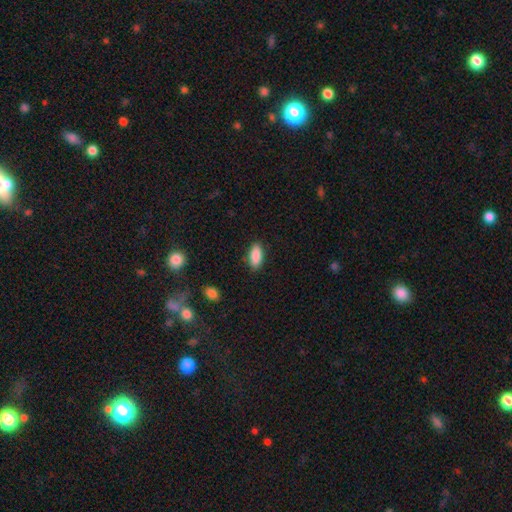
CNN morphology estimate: Smooth or featured? Predicted: smooth (p=0.89). How rounded? Predicted: in between (p=0.83). Merging? Predicted: none (p=0.86).